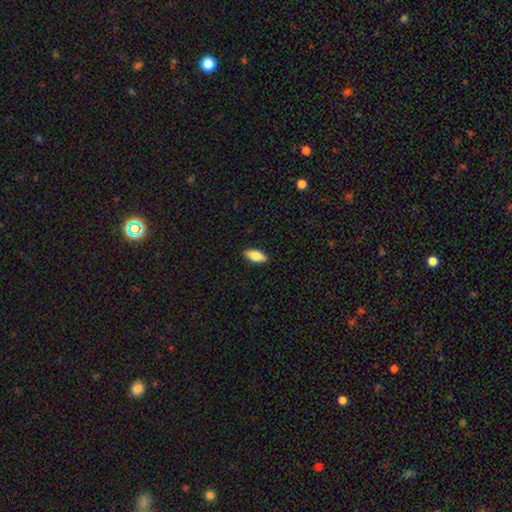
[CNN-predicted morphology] Smooth or featured?
  - smooth: 80% *
  - featured or disk: 14%
  - star or artifact: 6%
How rounded?
  - in between: 86% *
  - cigar-shaped: 12%
  - round: 2%
Merging?
  - none: 89% *
  - minor disturbance: 9%
  - major disturbance: 2%
  - merger: 1%